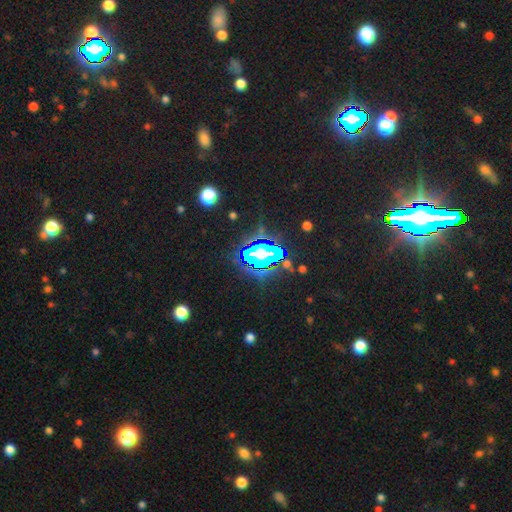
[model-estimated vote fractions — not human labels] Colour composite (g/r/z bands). It shows a star or artifact, not a galaxy (76%).